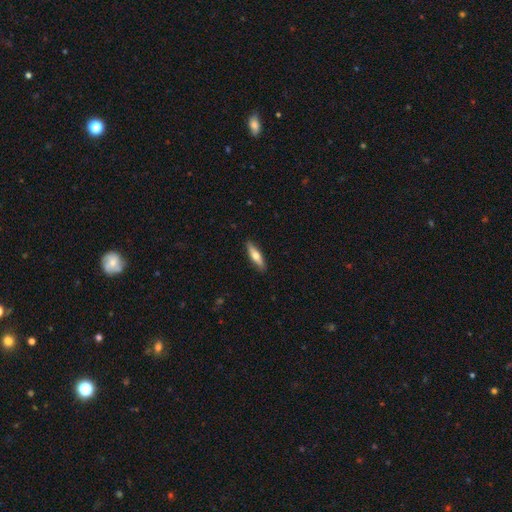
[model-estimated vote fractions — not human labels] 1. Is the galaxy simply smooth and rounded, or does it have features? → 59% smooth, 36% featured or disk, 5% star or artifact.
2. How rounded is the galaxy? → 66% cigar-shaped, 32% in between, 2% round.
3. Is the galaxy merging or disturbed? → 88% none, 9% minor disturbance, 2% major disturbance, 1% merger.